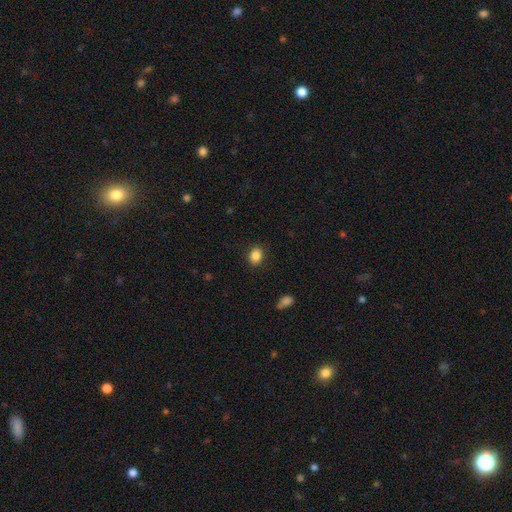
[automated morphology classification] smooth-or-featured: smooth: 86% | star or artifact: 9% | featured or disk: 5%
  how-rounded: in between: 58% | round: 41% | cigar-shaped: 1%
  merging: none: 88% | minor disturbance: 9% | major disturbance: 2% | merger: 1%